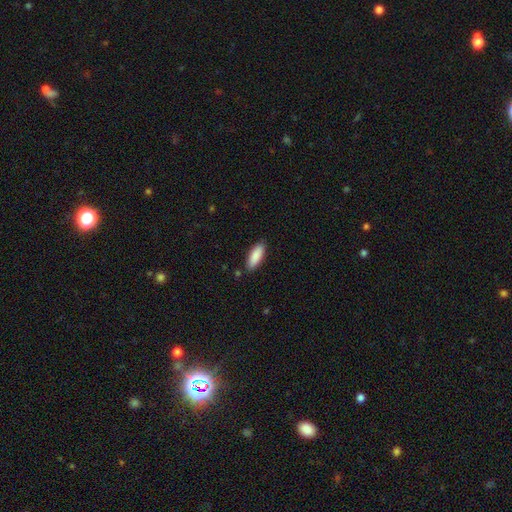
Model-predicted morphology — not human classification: Q: Smooth or featured?
A: smooth (89%); runner-up: star or artifact (6%)
Q: How rounded?
A: in between (70%); runner-up: cigar-shaped (29%)
Q: Merging?
A: none (86%); runner-up: minor disturbance (10%)